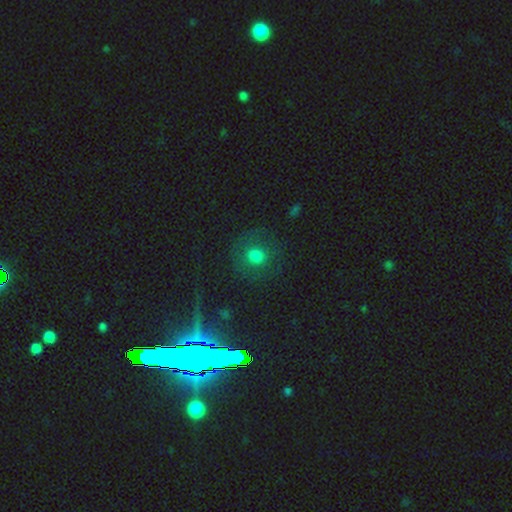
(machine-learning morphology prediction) This is possibly a smooth galaxy (57%). How rounded: clearly round (88%). Merging: likely none (77%).